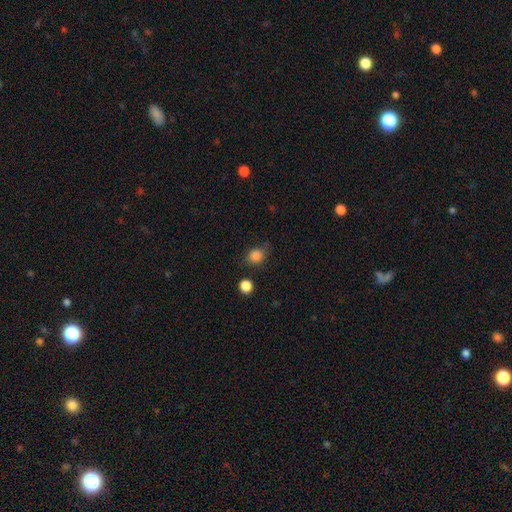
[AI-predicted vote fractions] smooth 84%, star or artifact 11%, featured or disk 5%. Down the decision tree: how rounded — round (77%); merging — none (70%).